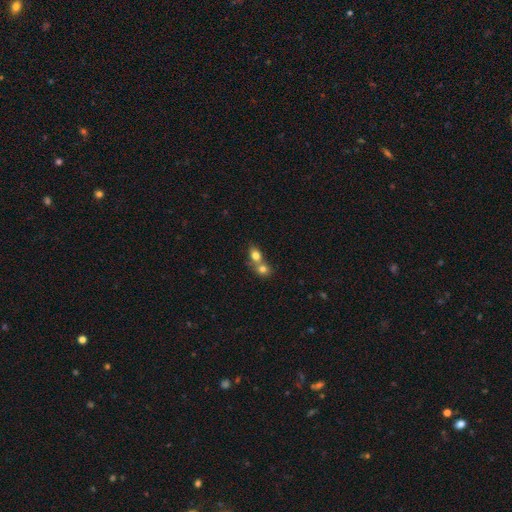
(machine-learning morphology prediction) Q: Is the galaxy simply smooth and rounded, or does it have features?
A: smooth — 76%.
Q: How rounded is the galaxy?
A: in between — 54%.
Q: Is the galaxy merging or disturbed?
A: merger — 64%.